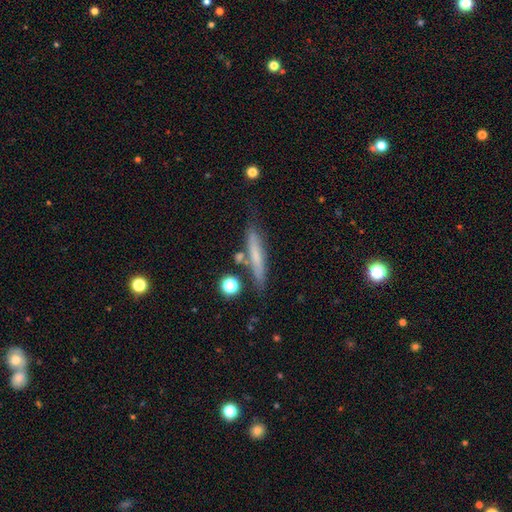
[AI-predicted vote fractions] This appears to be a smooth galaxy with no disk features (56%) that is cigar-shaped (90%). Merging: none (73%).